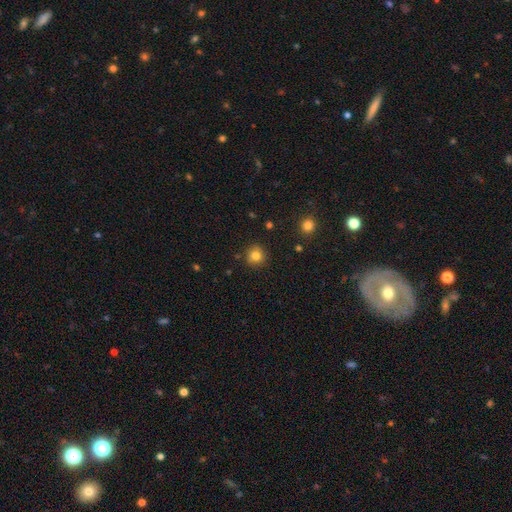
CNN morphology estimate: The model was most divided on "smooth or featured": smooth: 81%, star or artifact: 12%, featured or disk: 7%. More confident: how rounded — round (91%); merging — none (88%).